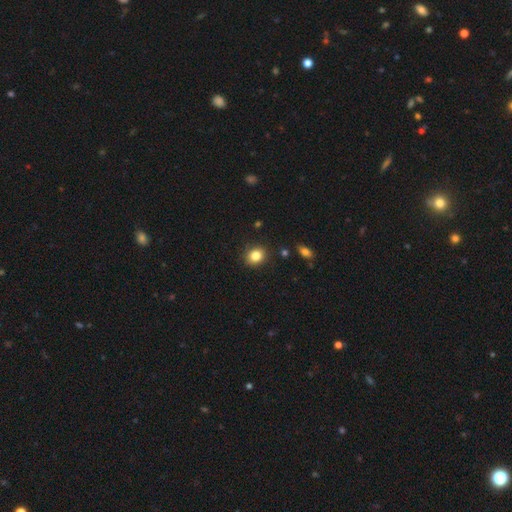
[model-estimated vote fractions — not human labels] A smooth galaxy with no disk features (83%) that is round (60%).

Vote fractions:
- Smooth or featured? smooth: 83% / star or artifact: 10% / featured or disk: 6%
- How rounded? round: 60% / in between: 39% / cigar-shaped: 1%
- Merging? none: 86% / minor disturbance: 9% / major disturbance: 2% / merger: 2%